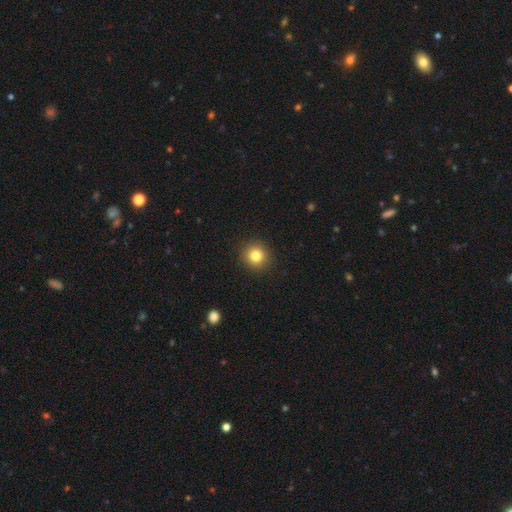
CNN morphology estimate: smooth 82%, star or artifact 11%, featured or disk 7%. Down the decision tree: how rounded — round (92%); merging — none (92%).